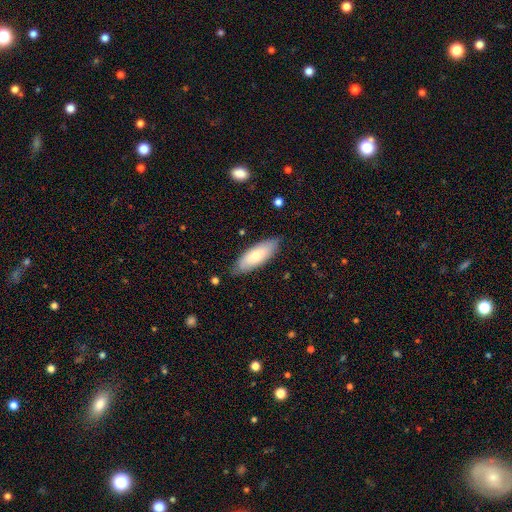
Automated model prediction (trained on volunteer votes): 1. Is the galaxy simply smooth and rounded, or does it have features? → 69% smooth, 25% featured or disk, 6% star or artifact.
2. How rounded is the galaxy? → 73% in between, 26% cigar-shaped, 2% round.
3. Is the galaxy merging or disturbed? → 80% none, 16% minor disturbance, 3% major disturbance, 1% merger.